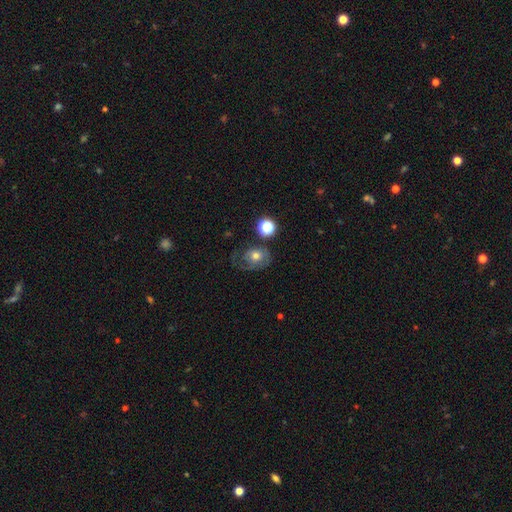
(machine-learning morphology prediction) Smooth or featured? smooth (46%)
Merging? none (39%)